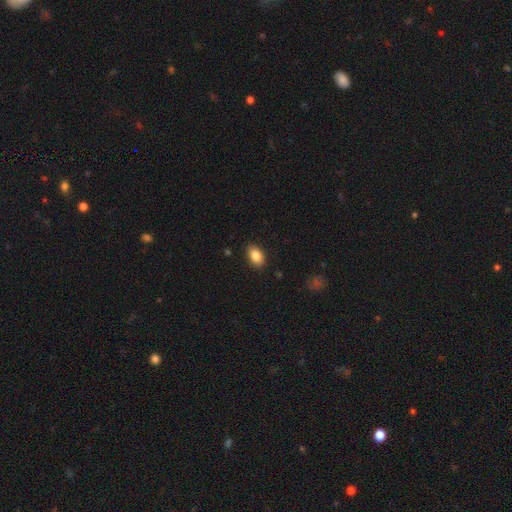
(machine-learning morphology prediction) This appears to be a smooth galaxy with no disk features (86%) that is in between round and cigar-shaped (88%). Merging: none (88%).